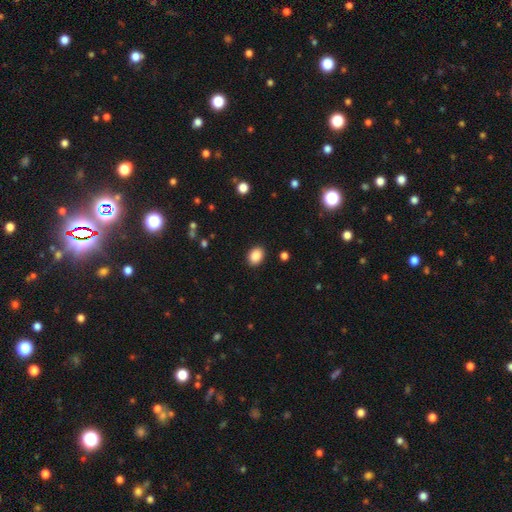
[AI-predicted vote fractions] Q: Smooth or featured?
A: smooth (88%); runner-up: star or artifact (8%)
Q: How rounded?
A: in between (67%); runner-up: round (32%)
Q: Merging?
A: none (90%); runner-up: minor disturbance (7%)